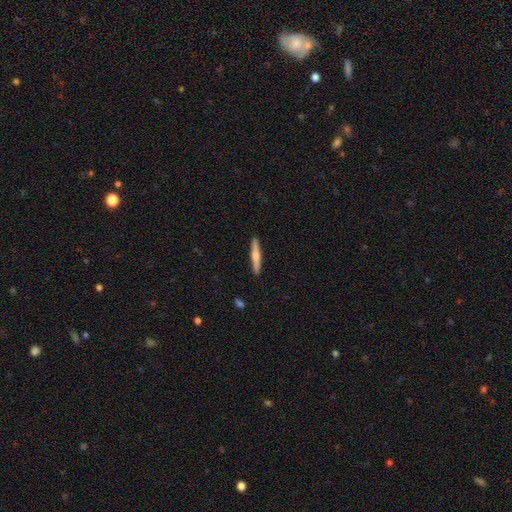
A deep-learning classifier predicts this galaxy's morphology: Smooth or featured? Predicted: smooth (p=0.52). How rounded? Predicted: cigar-shaped (p=0.94). Merging? Predicted: none (p=0.91).